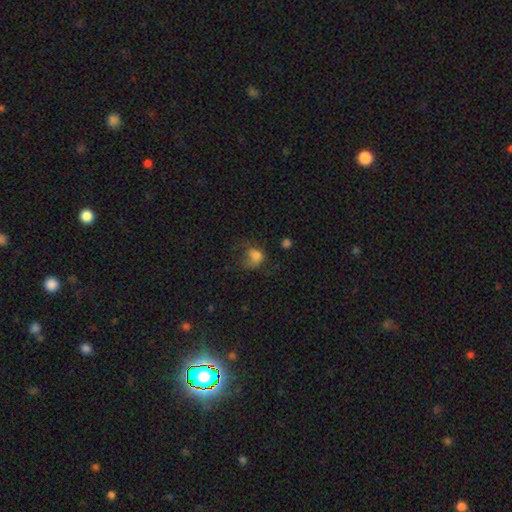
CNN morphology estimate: A smooth galaxy with no disk features (73%) that is round (51%).

Vote fractions:
- Smooth or featured? smooth: 73% / featured or disk: 14% / star or artifact: 13%
- How rounded? round: 51% / in between: 48% / cigar-shaped: 1%
- Merging? major disturbance: 41% / none: 30% / minor disturbance: 25% / merger: 4%